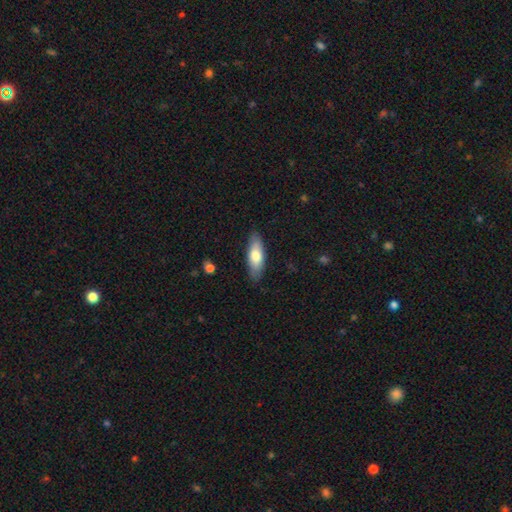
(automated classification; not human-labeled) This is likely a smooth galaxy (70%). How rounded: likely in between (62%). Merging: clearly none (84%).